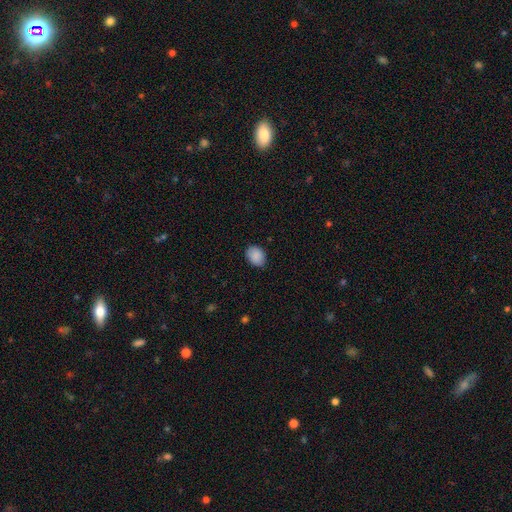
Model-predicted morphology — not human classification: smooth 89%, star or artifact 7%, featured or disk 4%. Down the decision tree: how rounded — in between (63%); merging — none (82%).